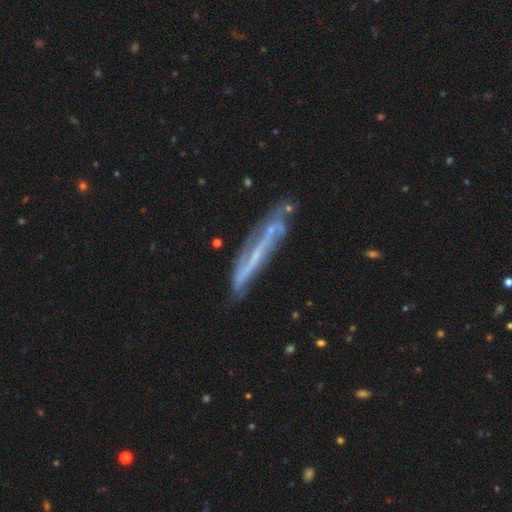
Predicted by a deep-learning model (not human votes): This is likely a featured or disk galaxy (70%). It is likely viewed edge-on (66%). Merging: likely none (67%).